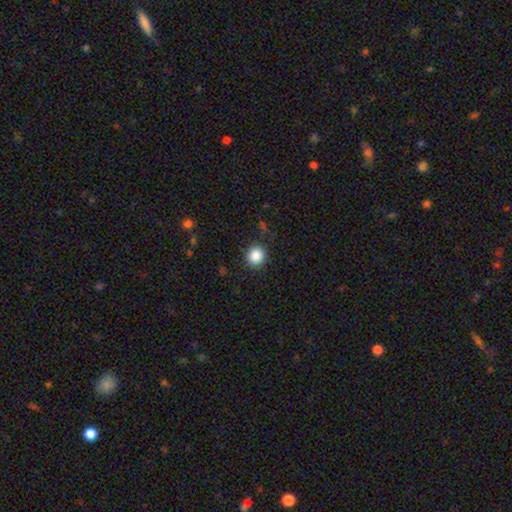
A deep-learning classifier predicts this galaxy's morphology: smooth_or_featured: smooth (p=0.87) [alt: star or artifact p=0.10]
how_rounded: round (p=0.90) [alt: in between p=0.09]
merging: none (p=0.89) [alt: minor disturbance p=0.07]